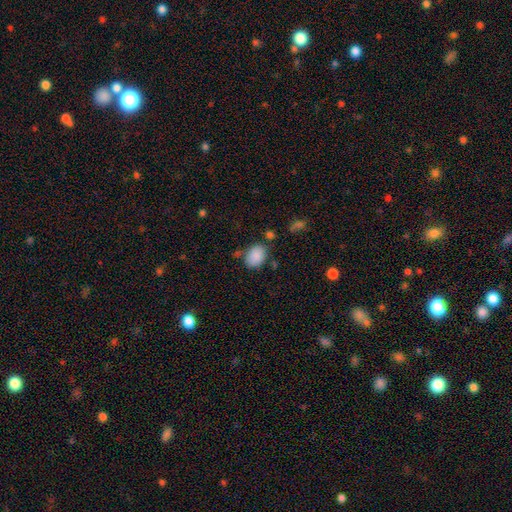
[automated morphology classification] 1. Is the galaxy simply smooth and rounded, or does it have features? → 88% smooth, 8% star or artifact, 4% featured or disk.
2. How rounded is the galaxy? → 76% in between, 23% round, 1% cigar-shaped.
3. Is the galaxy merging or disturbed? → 72% none, 16% minor disturbance, 6% merger, 5% major disturbance.